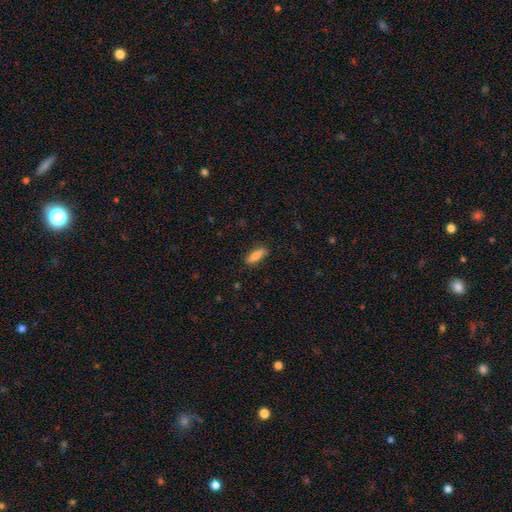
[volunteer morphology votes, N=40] A smooth galaxy with no disk features (78%) that is in between round and cigar-shaped (52%).

Vote fractions:
- Smooth or featured? smooth: 78% / featured or disk: 15% / star or artifact: 8%
- How rounded? in between: 52% / cigar-shaped: 42% / round: 6%
- Merging? none: 92% / minor disturbance: 5% / major disturbance: 3% / merger: 0%